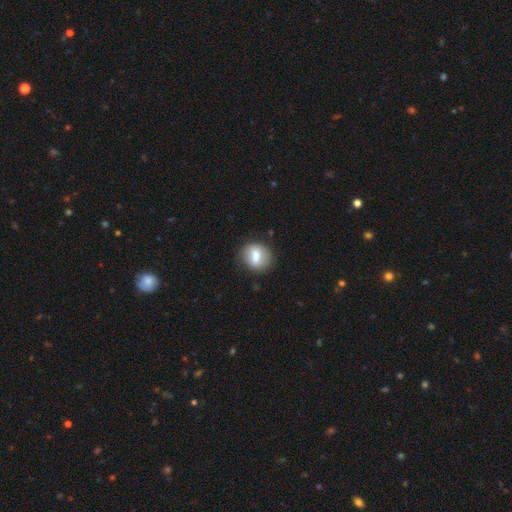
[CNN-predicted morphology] This is likely a smooth galaxy (69%). How rounded: likely round (67%). Merging: likely none (78%).